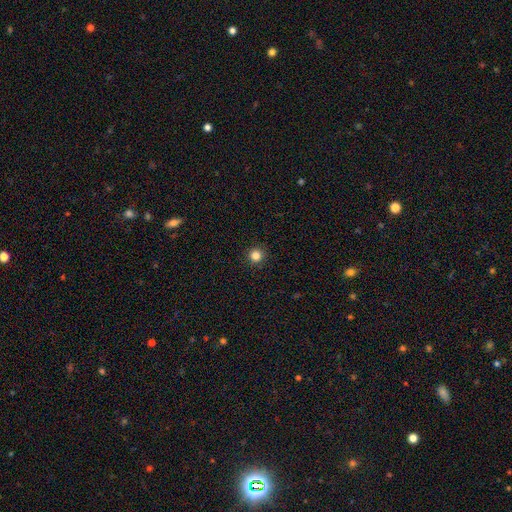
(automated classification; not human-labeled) smooth-or-featured: smooth: 83% | star or artifact: 13% | featured or disk: 4%
  how-rounded: round: 96% | in between: 4% | cigar-shaped: 1%
  merging: none: 93% | minor disturbance: 5% | major disturbance: 2% | merger: 1%